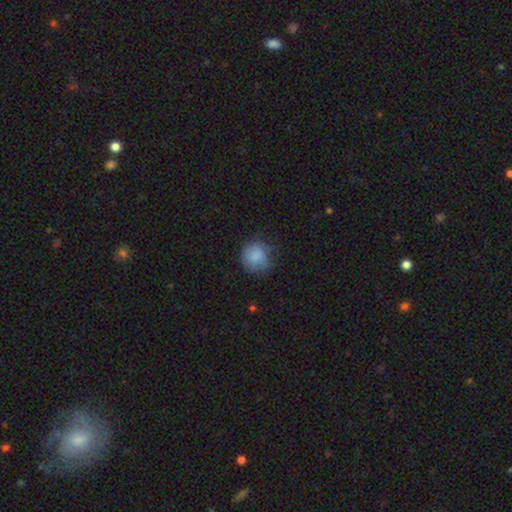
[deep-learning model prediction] Smooth or featured? Predicted: smooth (p=0.79). How rounded? Predicted: round (p=0.84). Merging? Predicted: none (p=0.61).